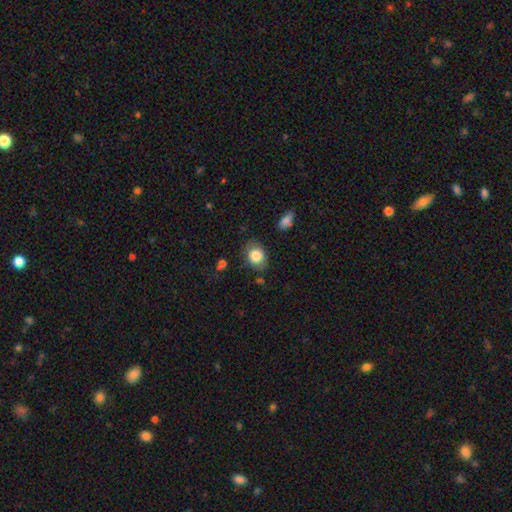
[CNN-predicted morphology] A smooth galaxy with no disk features (81%) that is in between round and cigar-shaped (69%).

Vote fractions:
- Smooth or featured? smooth: 81% / featured or disk: 11% / star or artifact: 8%
- How rounded? in between: 69% / round: 30% / cigar-shaped: 1%
- Merging? none: 76% / minor disturbance: 17% / major disturbance: 4% / merger: 2%